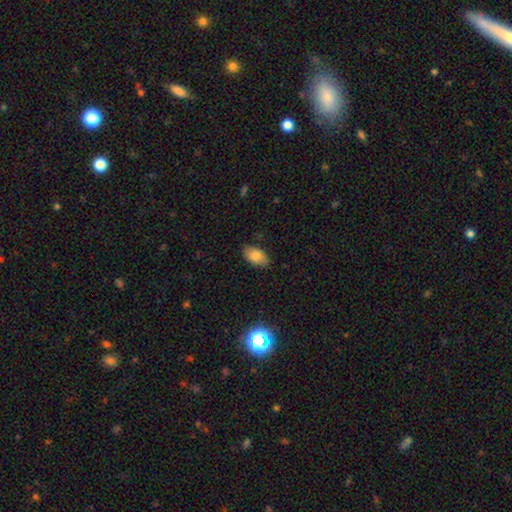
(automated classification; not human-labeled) A smooth galaxy with no disk features (81%) that is in between round and cigar-shaped (93%).

Vote fractions:
- Smooth or featured? smooth: 81% / featured or disk: 11% / star or artifact: 8%
- How rounded? in between: 93% / round: 5% / cigar-shaped: 2%
- Merging? none: 82% / minor disturbance: 14% / major disturbance: 2% / merger: 1%